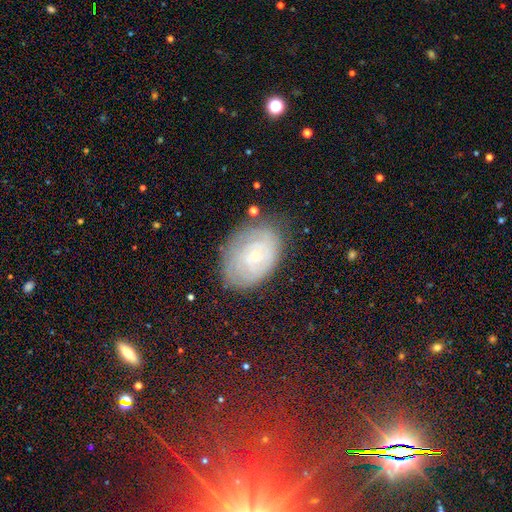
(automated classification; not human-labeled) featured or disk 68%, smooth 23%, star or artifact 10%. Down the decision tree: edge-on disk — no (96%); bar — no (81%); spiral arms — yes (79%); spiral arm count — can't tell (62%); spiral winding — tight (80%); bulge size — small (81%); merging — none (73%).